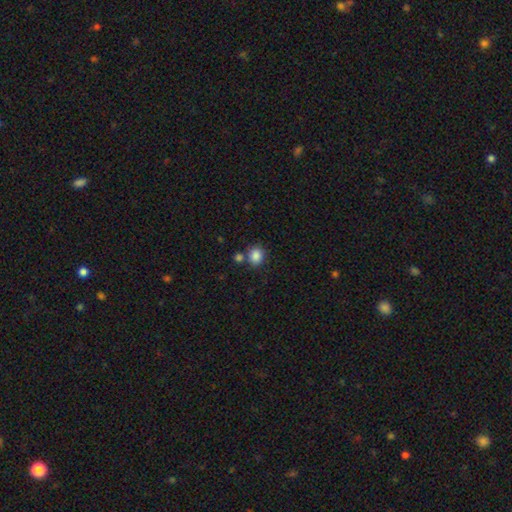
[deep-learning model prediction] Smooth or featured? smooth (86%)
How rounded? round (73%)
Merging? none (70%)